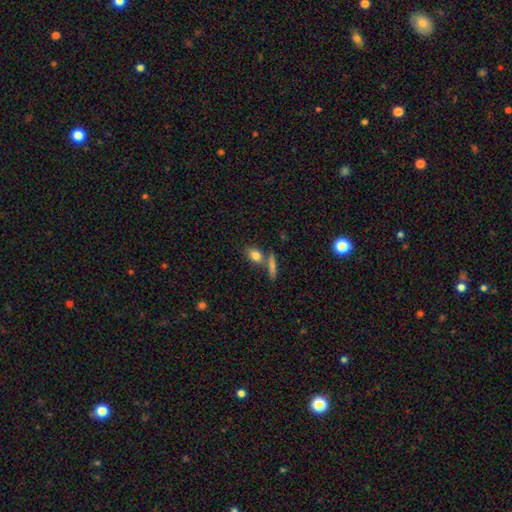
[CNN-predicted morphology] Smooth or featured: smooth — 81% (featured or disk — 11%)
How rounded: in between — 58% (round — 32%)
Merging: none — 60% (merger — 25%)